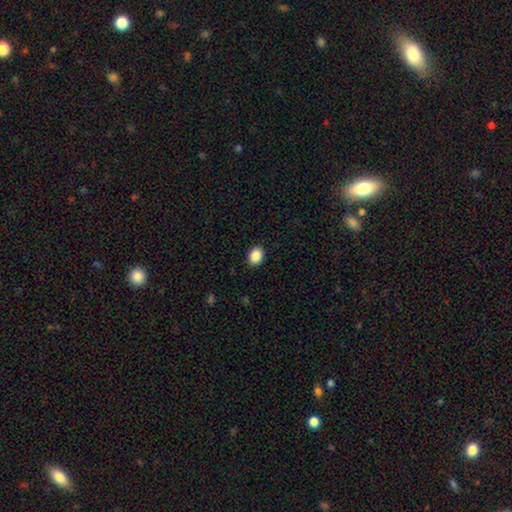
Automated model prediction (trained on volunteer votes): smooth-or-featured: smooth: 88% | star or artifact: 8% | featured or disk: 4%
  how-rounded: in between: 68% | round: 31% | cigar-shaped: 1%
  merging: none: 90% | minor disturbance: 8% | major disturbance: 2% | merger: 1%